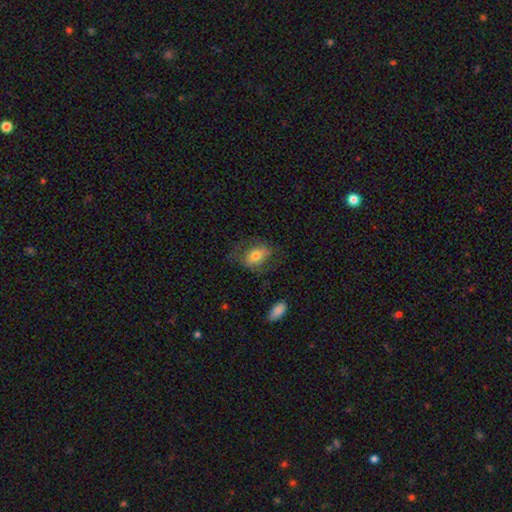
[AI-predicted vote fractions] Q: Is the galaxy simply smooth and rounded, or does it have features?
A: smooth — 61%.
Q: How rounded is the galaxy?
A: in between — 77%.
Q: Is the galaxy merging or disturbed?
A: none — 56%.